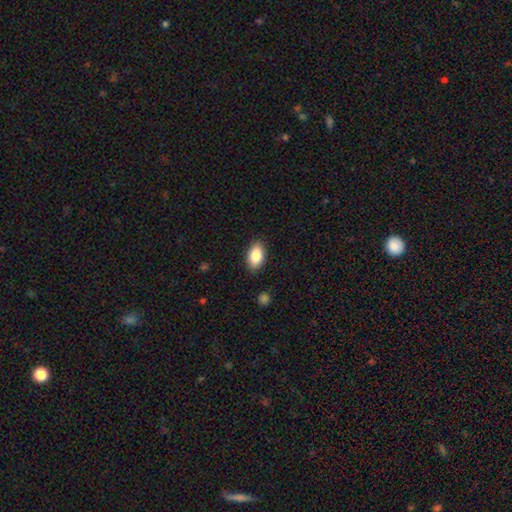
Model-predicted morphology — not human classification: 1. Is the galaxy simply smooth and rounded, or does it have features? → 86% smooth, 7% featured or disk, 7% star or artifact.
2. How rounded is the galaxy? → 93% in between, 6% round, 2% cigar-shaped.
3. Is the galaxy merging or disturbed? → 88% none, 9% minor disturbance, 2% major disturbance, 1% merger.